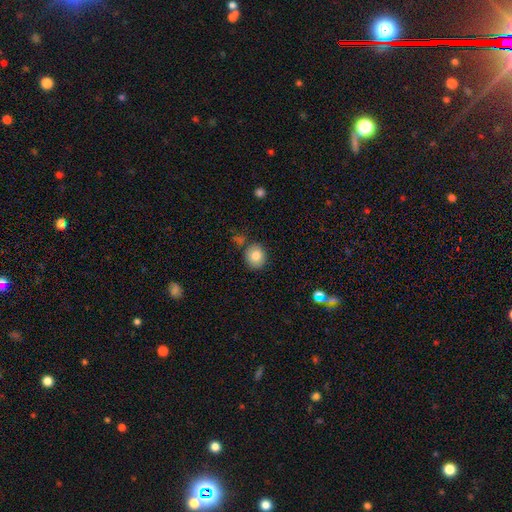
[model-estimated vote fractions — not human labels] Smooth or featured: smooth — 82% (star or artifact — 9%)
How rounded: round — 75% (in between — 25%)
Merging: none — 81% (minor disturbance — 11%)